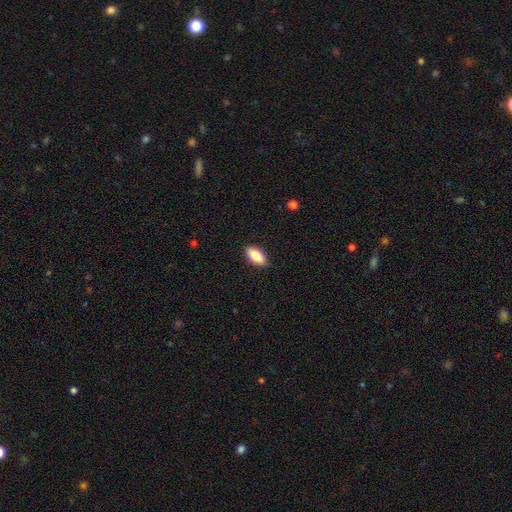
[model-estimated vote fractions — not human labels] smooth 87%, featured or disk 7%, star or artifact 6%. Down the decision tree: how rounded — in between (93%); merging — none (90%).